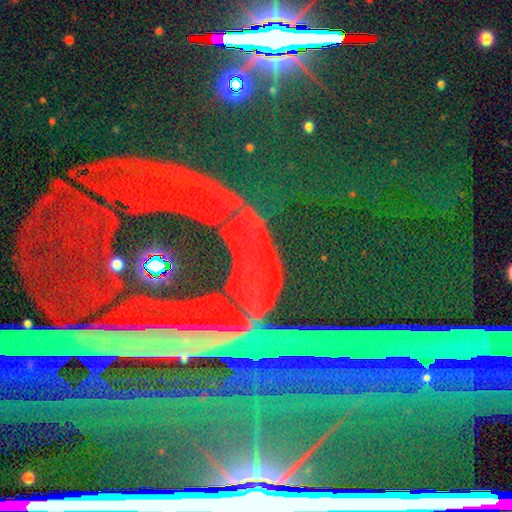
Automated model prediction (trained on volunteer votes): This appears to be a star or artifact, not a galaxy (82%).